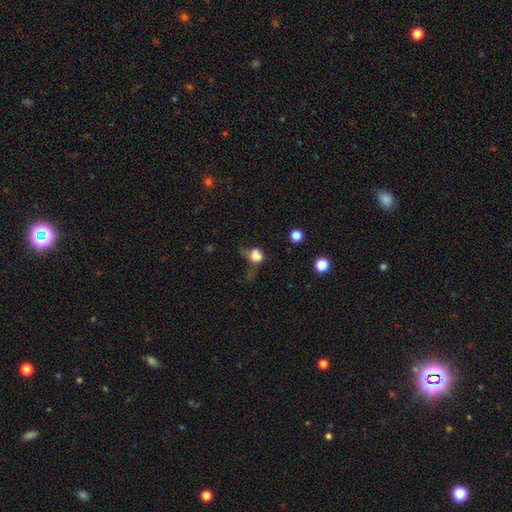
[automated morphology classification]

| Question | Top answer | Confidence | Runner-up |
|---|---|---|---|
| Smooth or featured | smooth | 68% | featured or disk (17%) |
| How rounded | round | 52% | in between (46%) |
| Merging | major disturbance | 44% | none (23%) |